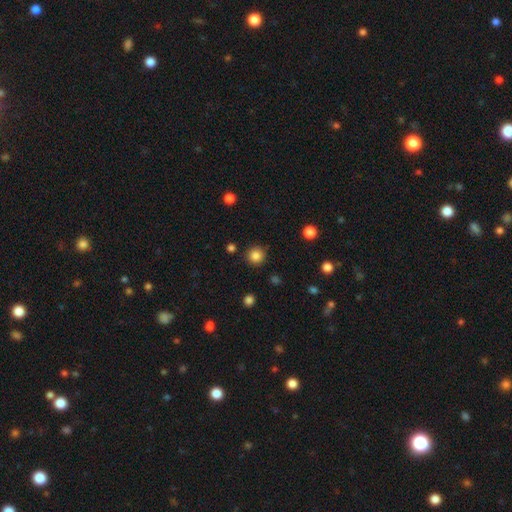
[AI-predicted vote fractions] A smooth galaxy with no disk features (84%) that is round (95%). Merging: none (90%).